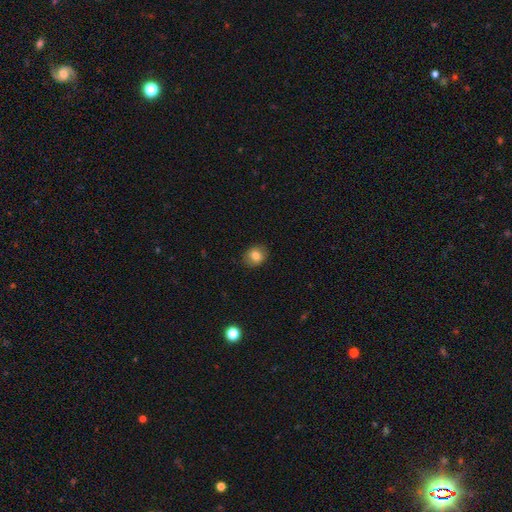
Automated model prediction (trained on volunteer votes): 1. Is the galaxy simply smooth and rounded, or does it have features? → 79% smooth, 12% featured or disk, 10% star or artifact.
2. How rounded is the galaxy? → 58% round, 41% in between, 1% cigar-shaped.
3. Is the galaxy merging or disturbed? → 86% none, 11% minor disturbance, 3% major disturbance, 1% merger.